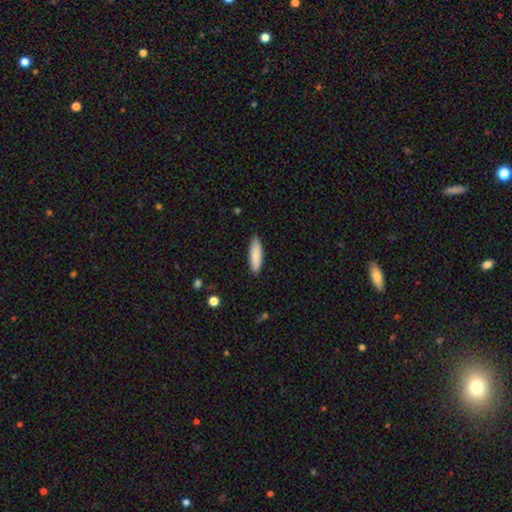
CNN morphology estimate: Smooth or featured? Predicted: smooth (p=0.86). How rounded? Predicted: cigar-shaped (p=0.53). Merging? Predicted: none (p=0.89).